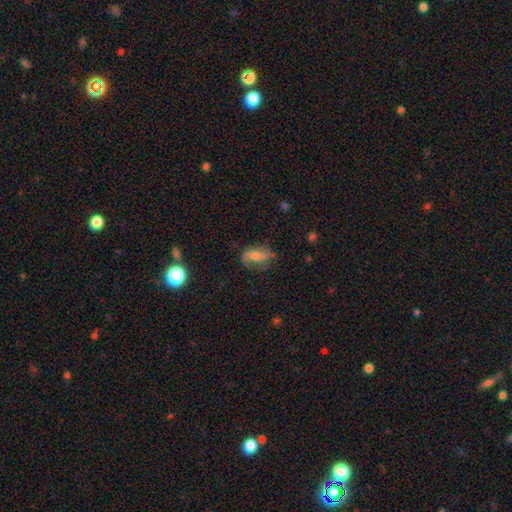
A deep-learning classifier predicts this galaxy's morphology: A featured or disk galaxy (46%).

Vote fractions:
- Smooth or featured? featured or disk: 46% / smooth: 42% / star or artifact: 11%
- Merging? none: 65% / minor disturbance: 24% / major disturbance: 10% / merger: 2%